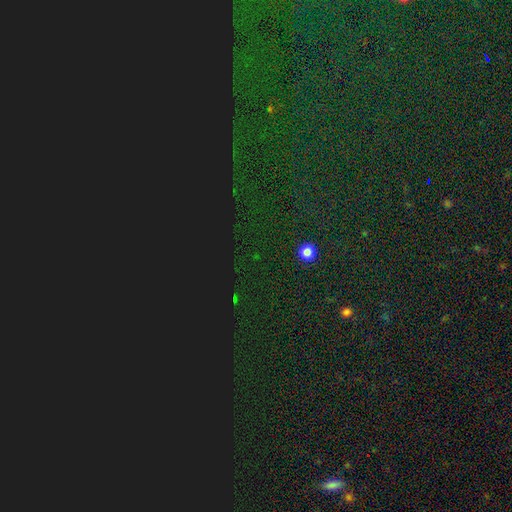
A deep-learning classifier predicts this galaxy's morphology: A star or artifact, not a galaxy (84%).